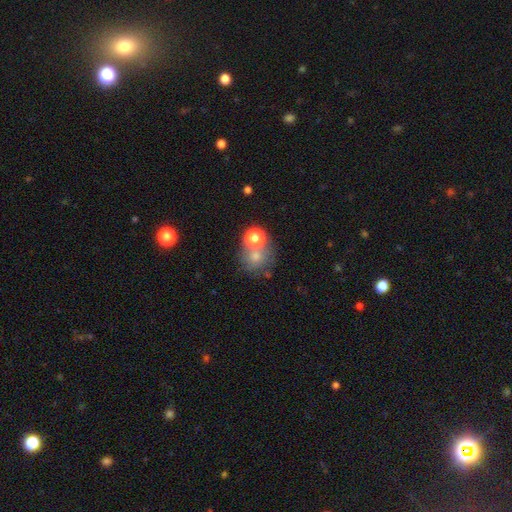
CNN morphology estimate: Overall: smooth (64%). How rounded: round (82%). Merging: none (56%; merger 27%).